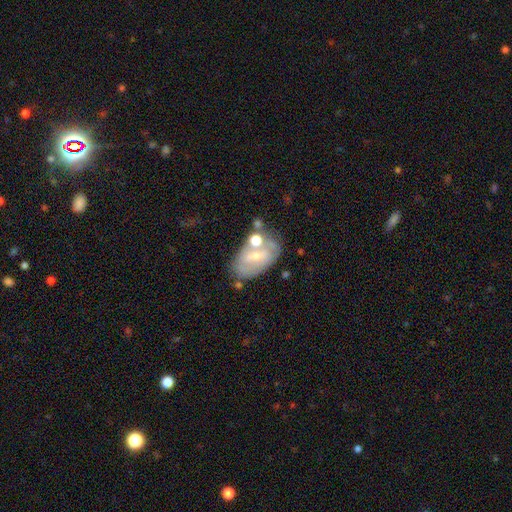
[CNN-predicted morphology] smooth-or-featured: featured or disk: 60% | smooth: 31% | star or artifact: 9%
  disk-edge-on: no: 93% | yes: 7%
    bar: weak: 40% | no: 37% | strong: 23%
    has-spiral-arms: no: 51% | yes: 49%
    bulge-size: small: 56% | moderate: 37% | none: 4% | large: 2% | dominant: 1%
  merging: none: 50% | merger: 21% | minor disturbance: 20% | major disturbance: 10%